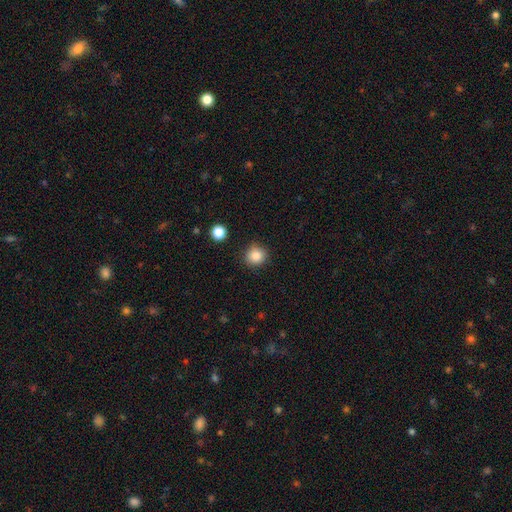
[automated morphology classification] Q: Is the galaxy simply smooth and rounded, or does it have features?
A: smooth — 86%.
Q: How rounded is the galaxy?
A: round — 90%.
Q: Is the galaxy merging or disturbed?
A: none — 88%.